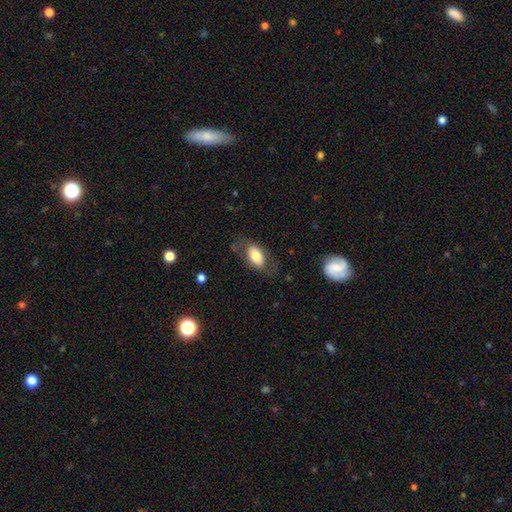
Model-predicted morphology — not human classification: Smooth or featured: smooth — 67% (featured or disk — 26%)
How rounded: in between — 92% (round — 6%)
Merging: none — 65% (minor disturbance — 18%)